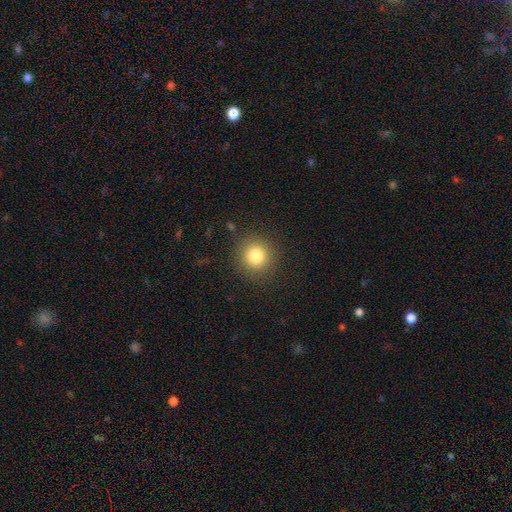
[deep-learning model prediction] This is clearly a smooth galaxy (81%). How rounded: clearly round (92%). Merging: clearly none (88%).